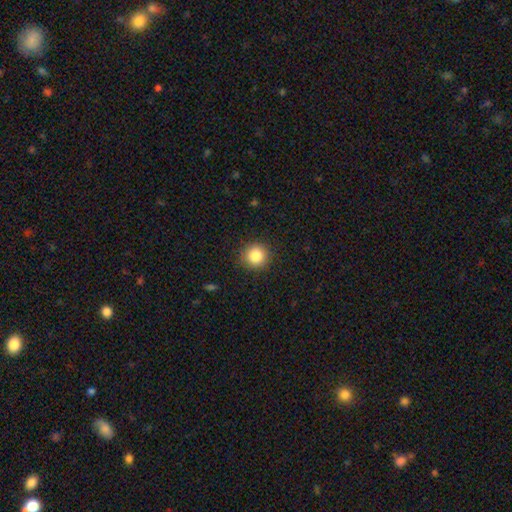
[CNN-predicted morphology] smooth 84%, star or artifact 10%, featured or disk 6%. Down the decision tree: how rounded — round (93%); merging — none (90%).